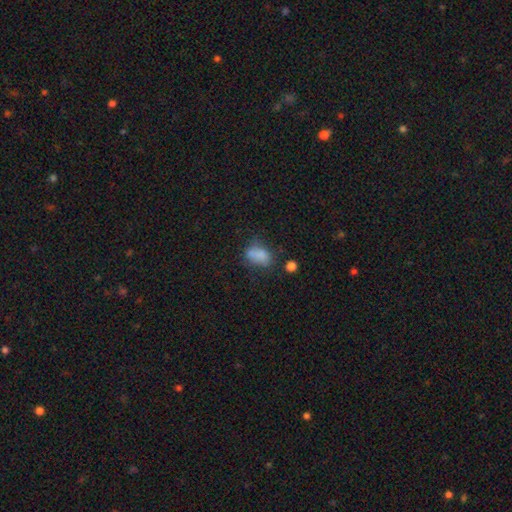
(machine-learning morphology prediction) smooth-or-featured: smooth: 77% | star or artifact: 12% | featured or disk: 11%
  how-rounded: in between: 84% | round: 12% | cigar-shaped: 5%
  merging: none: 49% | minor disturbance: 25% | merger: 13% | major disturbance: 13%